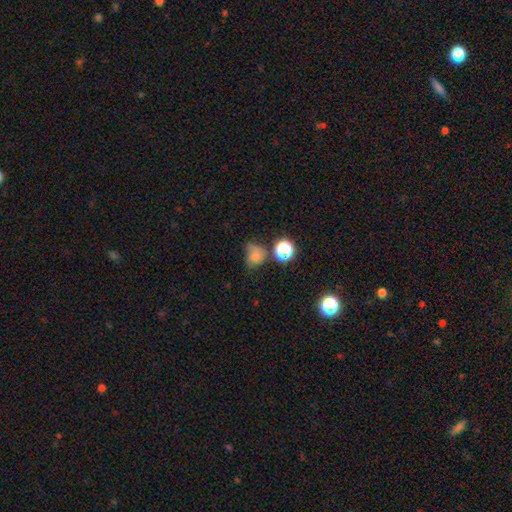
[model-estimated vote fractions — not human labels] Q: Smooth or featured?
A: smooth (55%); runner-up: star or artifact (27%)
Q: How rounded?
A: round (62%); runner-up: in between (37%)
Q: Merging?
A: none (50%); runner-up: minor disturbance (27%)